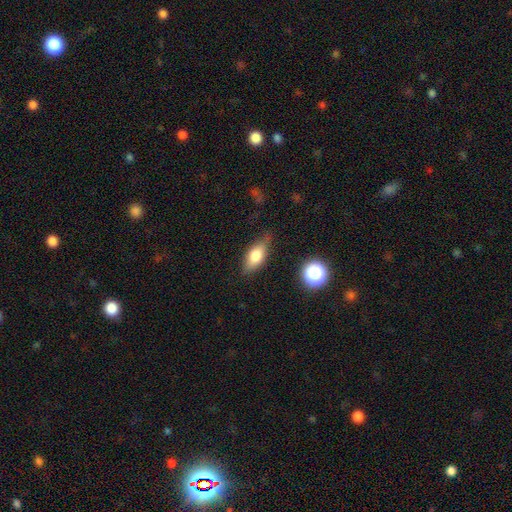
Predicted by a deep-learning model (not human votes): Overall: smooth (69%). How rounded: in between (79%). Merging: none (74%).